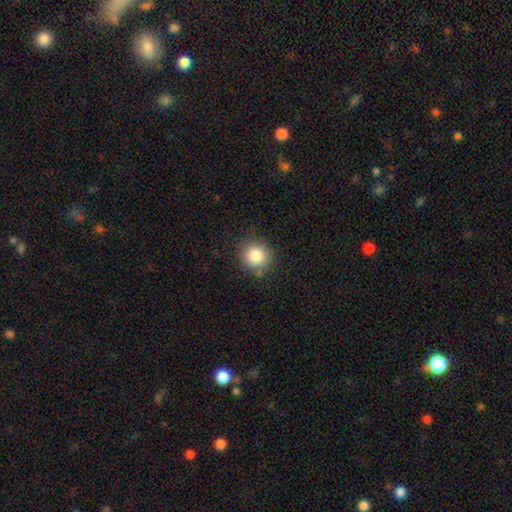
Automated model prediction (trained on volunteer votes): smooth 83%, star or artifact 10%, featured or disk 6%. Down the decision tree: how rounded — round (90%); merging — none (82%).